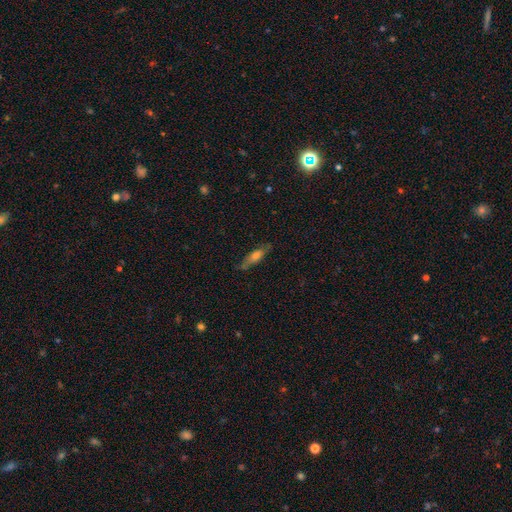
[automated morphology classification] smooth 50%, featured or disk 42%, star or artifact 8%. Down the decision tree: how rounded — cigar-shaped (56%); merging — none (74%).